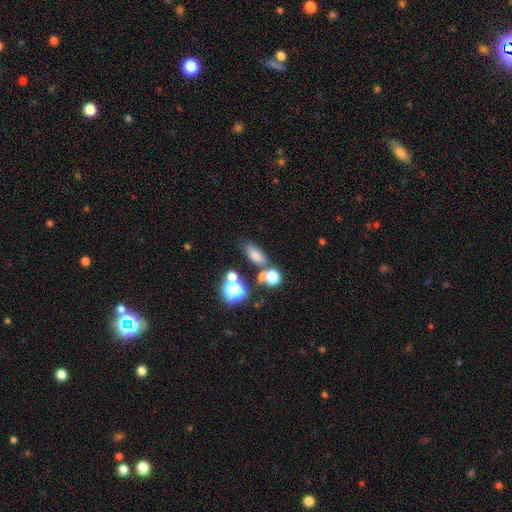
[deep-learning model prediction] smooth_or_featured: smooth (p=0.71) [alt: star or artifact p=0.18]
how_rounded: in between (p=0.71) [alt: round p=0.17]
merging: none (p=0.62) [alt: merger p=0.20]